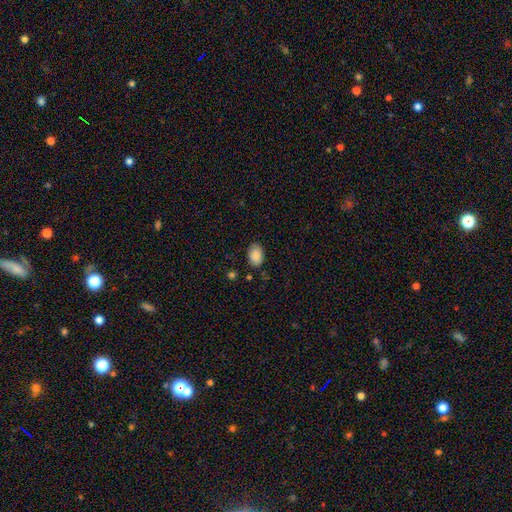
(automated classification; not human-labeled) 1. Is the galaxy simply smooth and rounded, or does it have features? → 88% smooth, 7% star or artifact, 4% featured or disk.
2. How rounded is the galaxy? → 87% in between, 12% round, 1% cigar-shaped.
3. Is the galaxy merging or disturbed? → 81% none, 14% minor disturbance, 3% major disturbance, 2% merger.